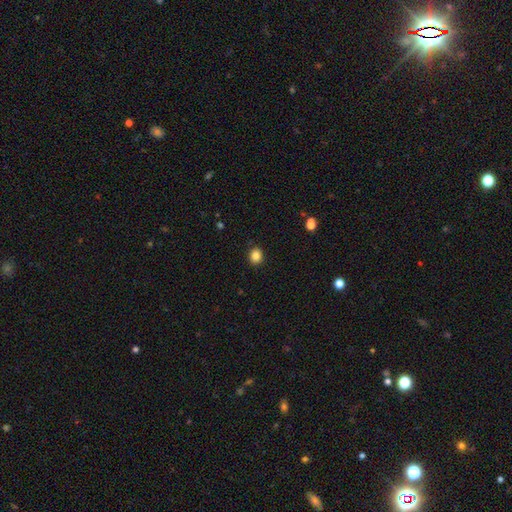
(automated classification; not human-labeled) Morphology: type=smooth (86%); roundness=round (67%); merging=none (90%).